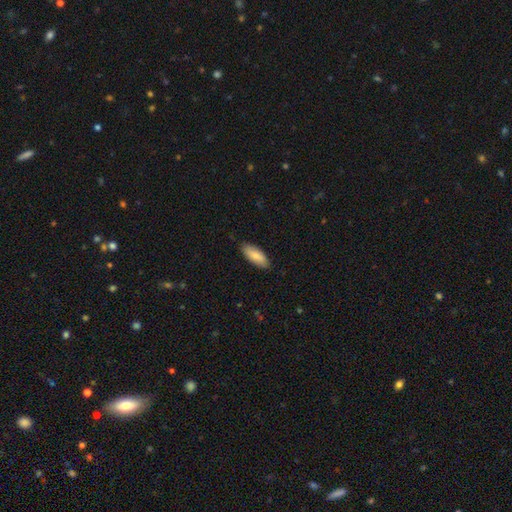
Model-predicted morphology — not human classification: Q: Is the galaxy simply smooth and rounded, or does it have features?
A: smooth — 81%.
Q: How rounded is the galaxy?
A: in between — 77%.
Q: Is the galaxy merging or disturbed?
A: none — 86%.